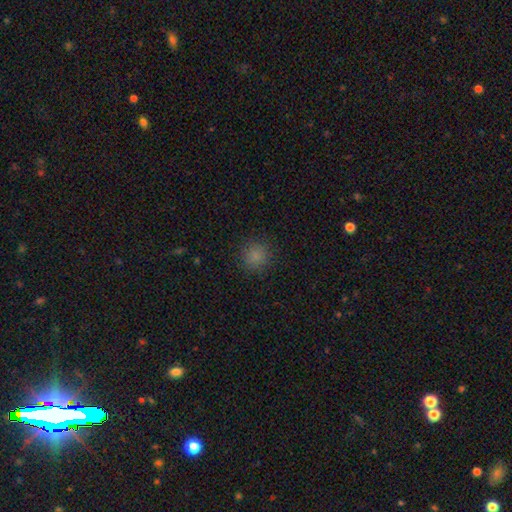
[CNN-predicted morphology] type=smooth (82%); roundness=round (92%); merging=none (88%).